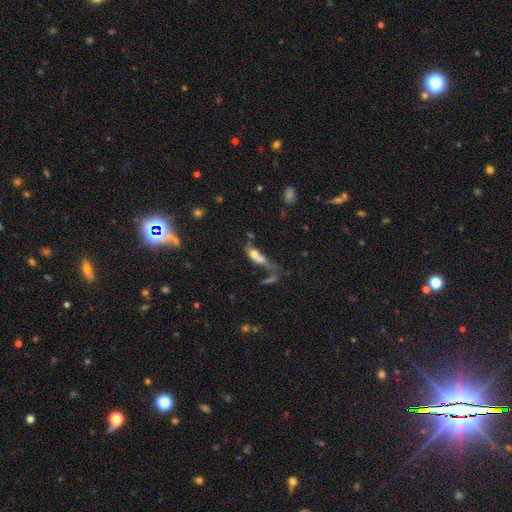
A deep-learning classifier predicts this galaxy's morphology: Smooth or featured? Predicted: smooth (p=0.55). How rounded? Predicted: in between (p=0.57). Merging? Predicted: merger (p=0.50).